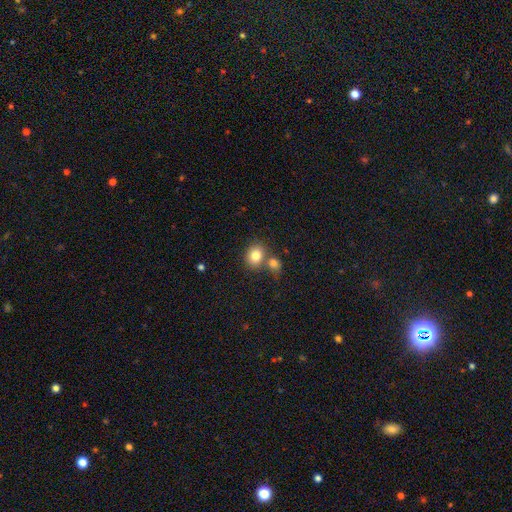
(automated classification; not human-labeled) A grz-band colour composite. It shows a smooth galaxy with no disk features (81%) that is round (59%). Merging: none (52%).